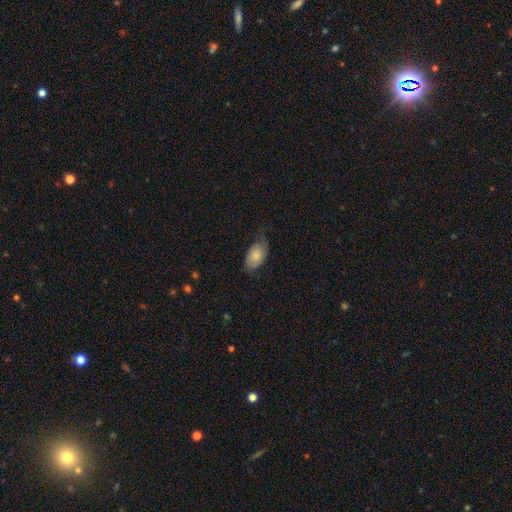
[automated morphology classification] A smooth galaxy with no disk features (72%) that is in between round and cigar-shaped (92%). Merging: none (47%).